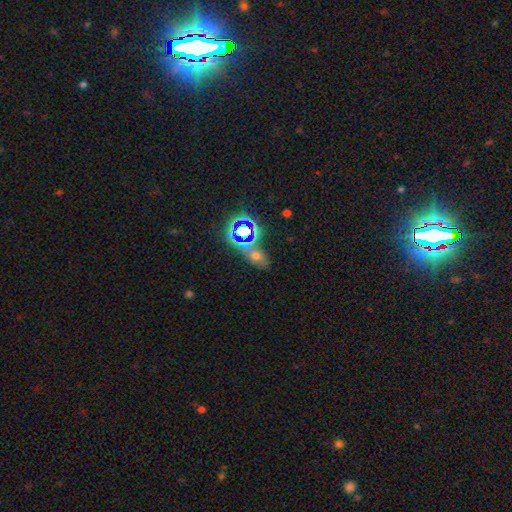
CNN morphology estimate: A smooth galaxy with no disk features (46%).

Vote fractions:
- Smooth or featured? smooth: 46% / star or artifact: 41% / featured or disk: 13%
- Merging? none: 58% / merger: 20% / minor disturbance: 14% / major disturbance: 8%